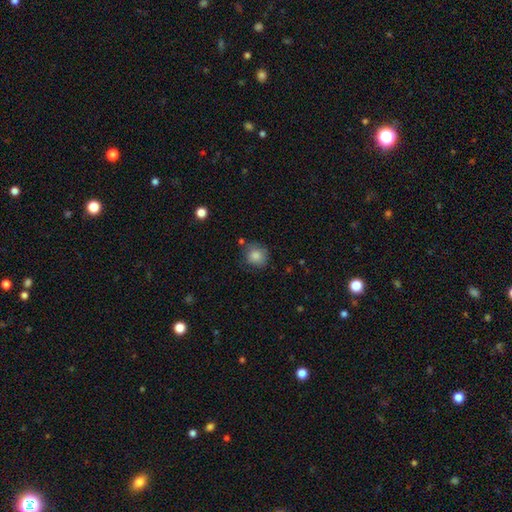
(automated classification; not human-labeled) Overall: smooth (84%). How rounded: round (83%). Merging: none (69%).